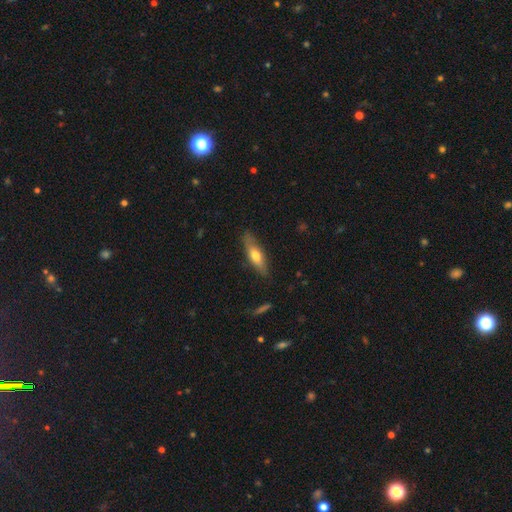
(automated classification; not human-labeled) Q: Smooth or featured?
A: smooth (58%); runner-up: featured or disk (36%)
Q: How rounded?
A: cigar-shaped (58%); runner-up: in between (40%)
Q: Merging?
A: none (81%); runner-up: minor disturbance (15%)